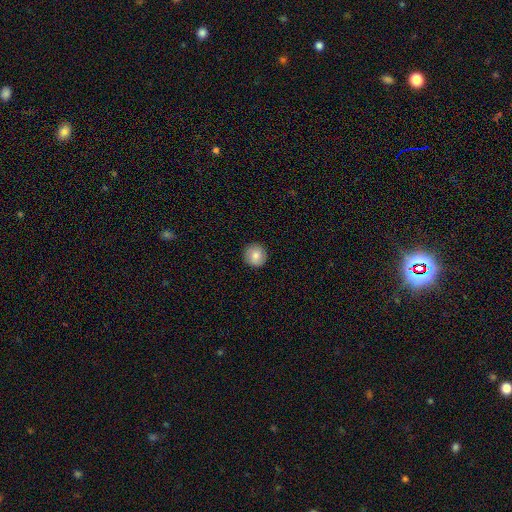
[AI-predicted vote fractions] smooth 78%, featured or disk 14%, star or artifact 8%. Down the decision tree: how rounded — round (95%); merging — none (92%).